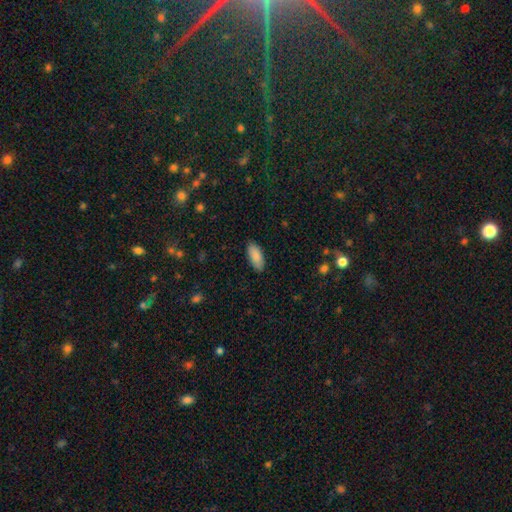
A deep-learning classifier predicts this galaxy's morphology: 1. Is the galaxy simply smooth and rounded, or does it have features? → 89% smooth, 6% star or artifact, 5% featured or disk.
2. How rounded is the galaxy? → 87% in between, 11% cigar-shaped, 2% round.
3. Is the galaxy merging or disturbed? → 87% none, 10% minor disturbance, 2% major disturbance, 1% merger.